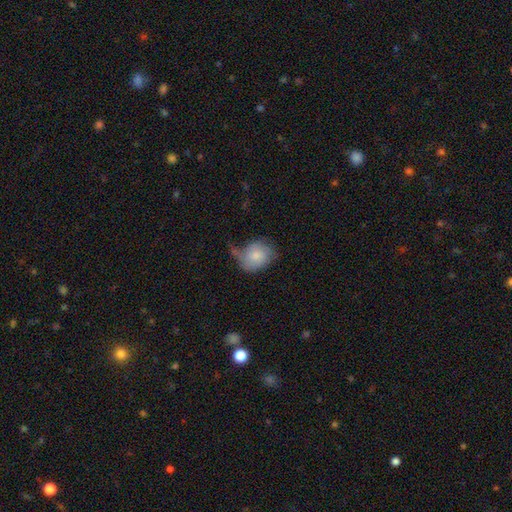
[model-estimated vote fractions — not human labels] The model was most divided on "merging": minor disturbance: 35%, none: 34%, major disturbance: 25%, merger: 5%. More confident: smooth or featured — smooth (66%); how rounded — round (51%).